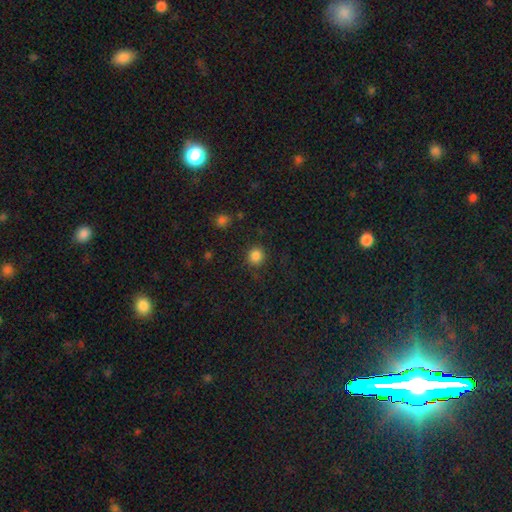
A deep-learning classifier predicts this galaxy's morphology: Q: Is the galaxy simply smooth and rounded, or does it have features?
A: smooth — 85%.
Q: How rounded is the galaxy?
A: round — 90%.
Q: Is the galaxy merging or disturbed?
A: none — 86%.